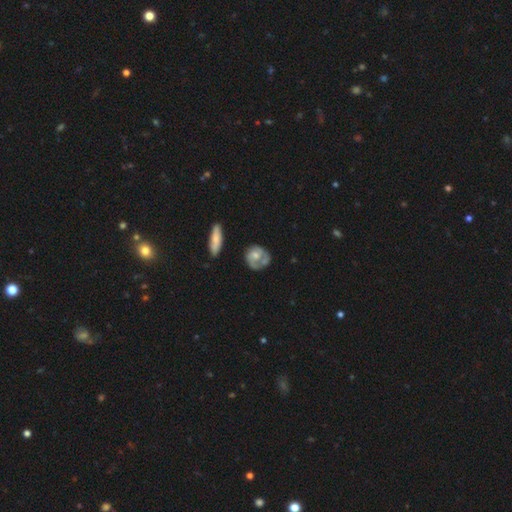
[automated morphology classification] featured or disk 51%, smooth 43%, star or artifact 6%. Down the decision tree: edge-on disk — no (95%); merging — none (53%).